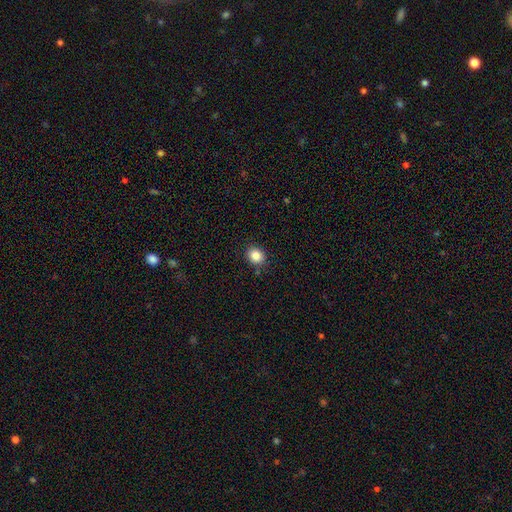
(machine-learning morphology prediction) Q: Smooth or featured?
A: smooth (85%); runner-up: star or artifact (10%)
Q: How rounded?
A: round (69%); runner-up: in between (30%)
Q: Merging?
A: none (87%); runner-up: minor disturbance (9%)